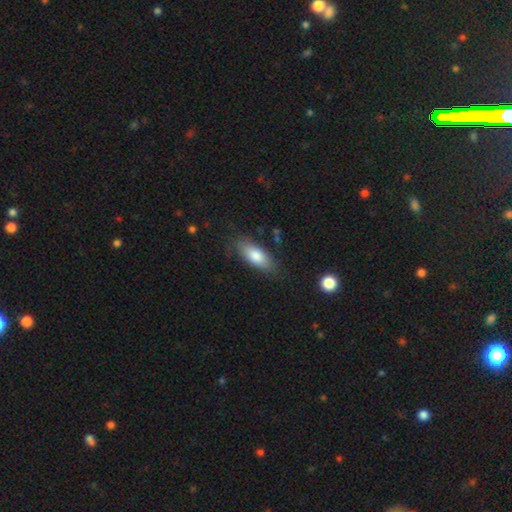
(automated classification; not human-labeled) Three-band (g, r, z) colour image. It shows a smooth galaxy with no disk features (80%) that is in between round and cigar-shaped (81%). Merging: none (79%).